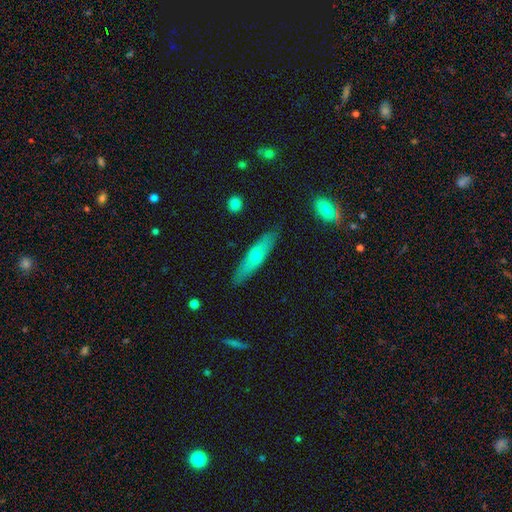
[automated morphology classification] This appears to be a smooth galaxy with no disk features (51%) that is cigar-shaped (80%). Merging: none (87%).